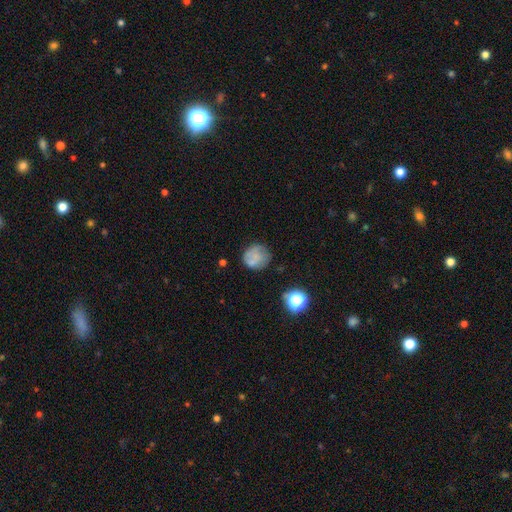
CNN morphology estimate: type=smooth (64%); roundness=round (85%); merging=none (61%).